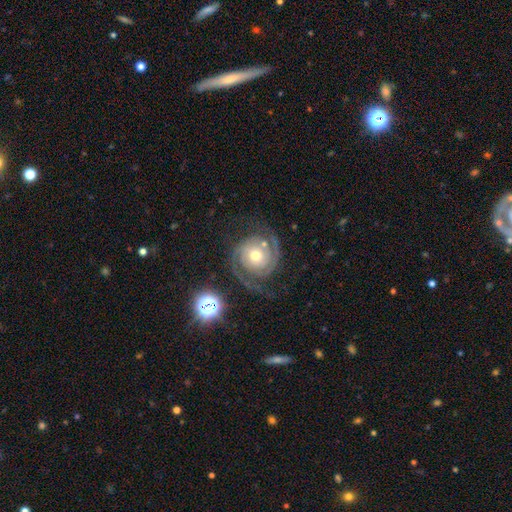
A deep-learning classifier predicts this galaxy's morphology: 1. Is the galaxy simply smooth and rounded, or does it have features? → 88% featured or disk, 6% star or artifact, 6% smooth.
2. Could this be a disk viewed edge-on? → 98% no, 2% yes.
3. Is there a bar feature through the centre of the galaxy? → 75% no, 19% weak, 6% strong.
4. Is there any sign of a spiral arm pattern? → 98% yes, 2% no.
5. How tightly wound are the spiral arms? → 55% tight, 36% medium, 9% loose.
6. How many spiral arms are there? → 84% 2, 6% 3, 4% can't tell, 2% 1, 2% 4, 2% more than 4.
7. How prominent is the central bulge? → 66% moderate, 26% small, 6% large, 1% dominant, 1% none.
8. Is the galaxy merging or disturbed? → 71% none, 15% minor disturbance, 11% major disturbance, 3% merger.